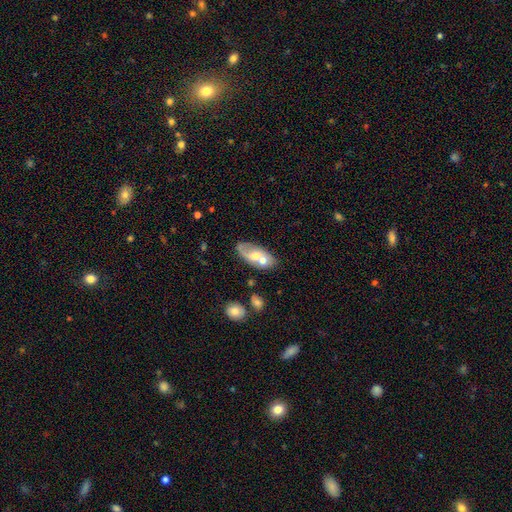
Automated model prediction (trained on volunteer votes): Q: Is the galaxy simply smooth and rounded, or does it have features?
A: smooth — 49%.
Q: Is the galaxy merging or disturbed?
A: none — 38%.